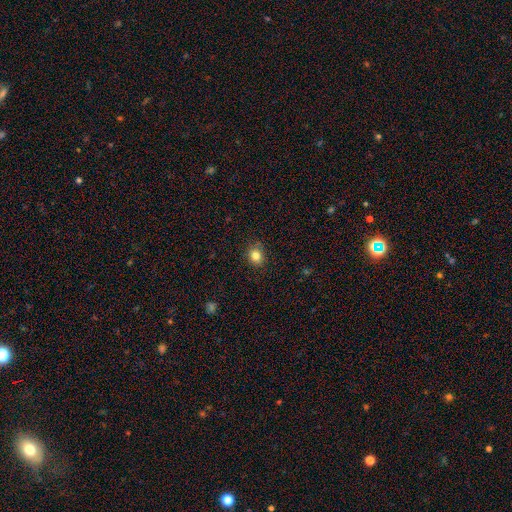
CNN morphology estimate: smooth-or-featured: smooth: 83% | star or artifact: 12% | featured or disk: 6%
  how-rounded: round: 71% | in between: 28% | cigar-shaped: 1%
  merging: none: 86% | minor disturbance: 11% | major disturbance: 2% | merger: 1%